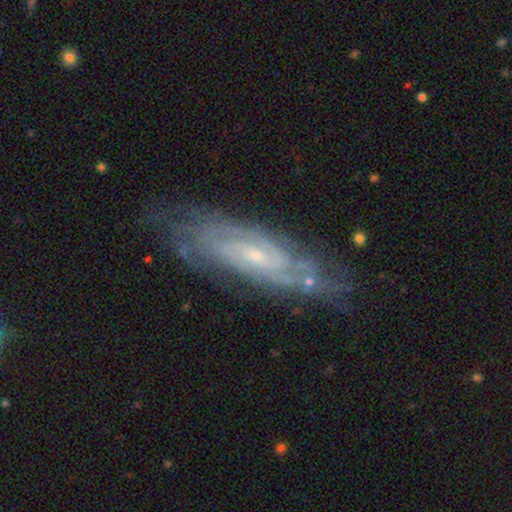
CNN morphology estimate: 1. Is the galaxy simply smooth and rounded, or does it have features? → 81% featured or disk, 12% smooth, 7% star or artifact.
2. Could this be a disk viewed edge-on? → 81% no, 19% yes.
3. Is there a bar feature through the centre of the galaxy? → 54% no, 36% weak, 9% strong.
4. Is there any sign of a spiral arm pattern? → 91% yes, 9% no.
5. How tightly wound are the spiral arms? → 66% tight, 28% medium, 7% loose.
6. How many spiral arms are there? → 53% can't tell, 21% 2, 10% 3, 8% 4, 5% more than 4, 4% 1.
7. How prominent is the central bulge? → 74% small, 21% moderate, 3% none, 1% large, 1% dominant.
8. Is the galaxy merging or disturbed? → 73% none, 19% minor disturbance, 6% major disturbance, 2% merger.